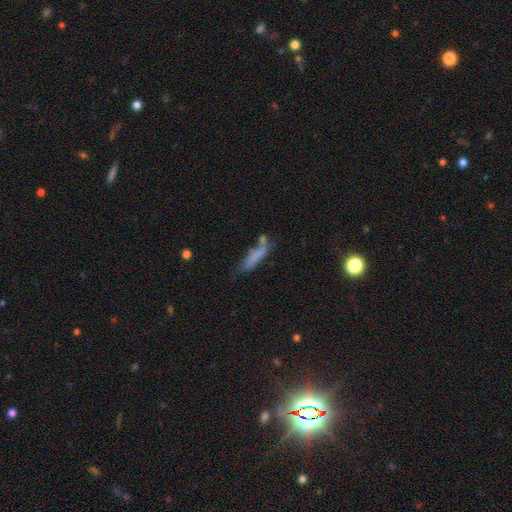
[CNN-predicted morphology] A smooth galaxy with no disk features (70%) that is cigar-shaped (79%). Merging: none (49%).